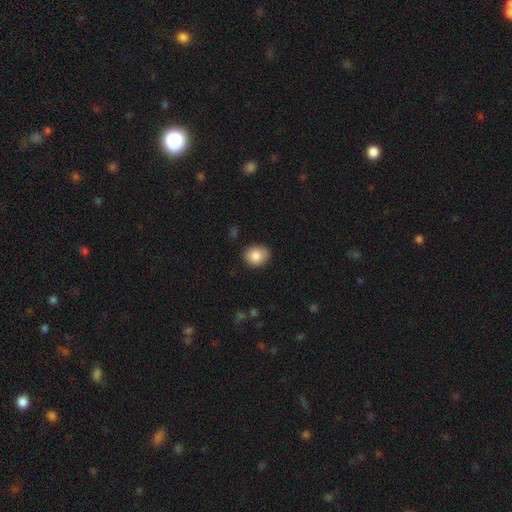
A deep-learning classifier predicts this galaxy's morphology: smooth 86%, star or artifact 8%, featured or disk 6%. Down the decision tree: how rounded — round (57%); merging — none (83%).